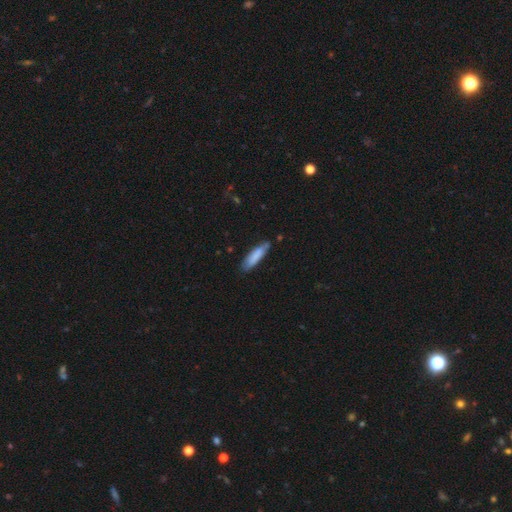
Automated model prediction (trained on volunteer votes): A smooth galaxy with no disk features (80%) that is cigar-shaped (69%).

Vote fractions:
- Smooth or featured? smooth: 80% / featured or disk: 14% / star or artifact: 6%
- How rounded? cigar-shaped: 69% / in between: 30% / round: 1%
- Merging? none: 71% / minor disturbance: 23% / major disturbance: 4% / merger: 3%